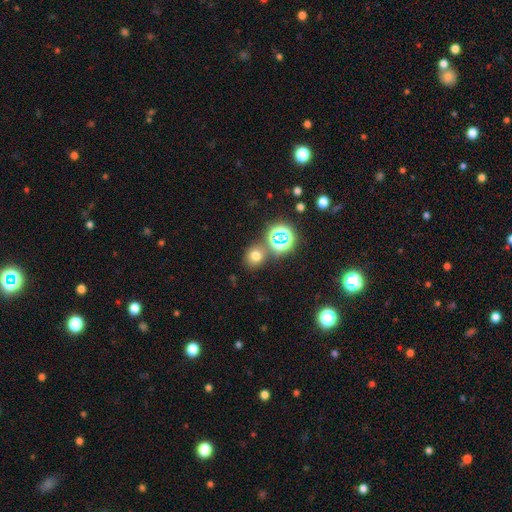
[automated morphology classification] Overall: smooth (66%). How rounded: round (74%). Merging: none (73%).